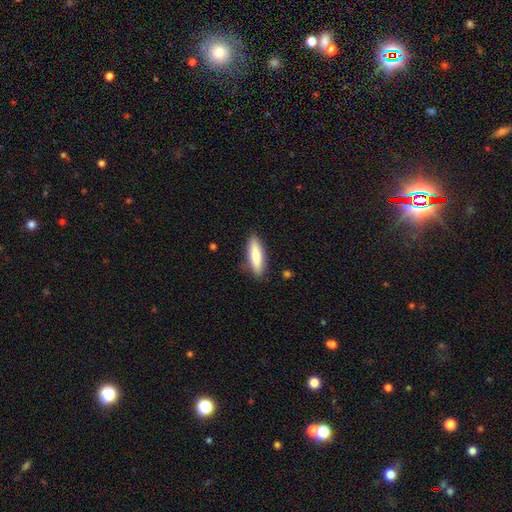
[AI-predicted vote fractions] Smooth or featured?
  - smooth: 81% *
  - featured or disk: 14%
  - star or artifact: 6%
How rounded?
  - cigar-shaped: 61% *
  - in between: 37%
  - round: 2%
Merging?
  - none: 85% *
  - minor disturbance: 11%
  - major disturbance: 2%
  - merger: 2%